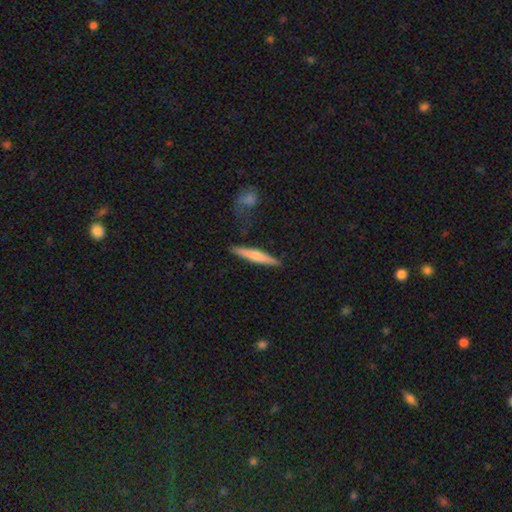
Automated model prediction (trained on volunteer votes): smooth 58%, featured or disk 36%, star or artifact 5%. Down the decision tree: how rounded — cigar-shaped (92%); merging — none (83%).